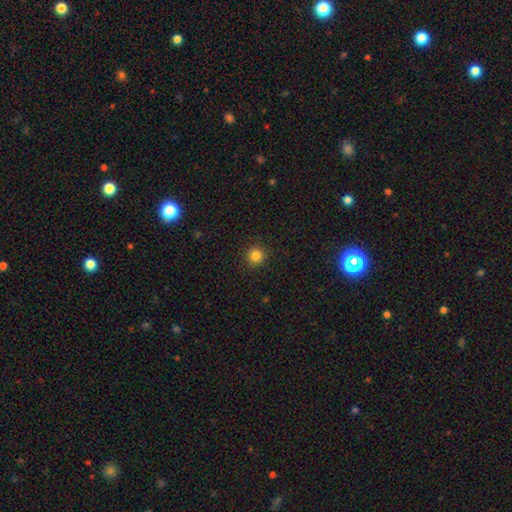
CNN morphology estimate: Smooth or featured?
  - smooth: 83% *
  - star or artifact: 12%
  - featured or disk: 4%
How rounded?
  - round: 95% *
  - in between: 4%
  - cigar-shaped: 1%
Merging?
  - none: 92% *
  - minor disturbance: 5%
  - major disturbance: 2%
  - merger: 1%